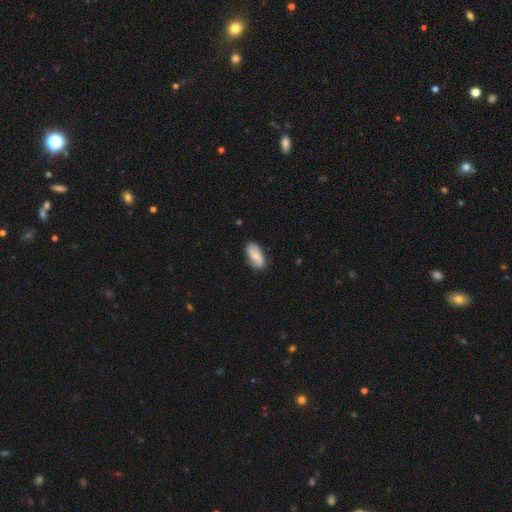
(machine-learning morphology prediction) The model was most divided on "smooth or featured": smooth: 59%, featured or disk: 34%, star or artifact: 7%. More confident: how rounded — in between (89%); merging — none (80%).